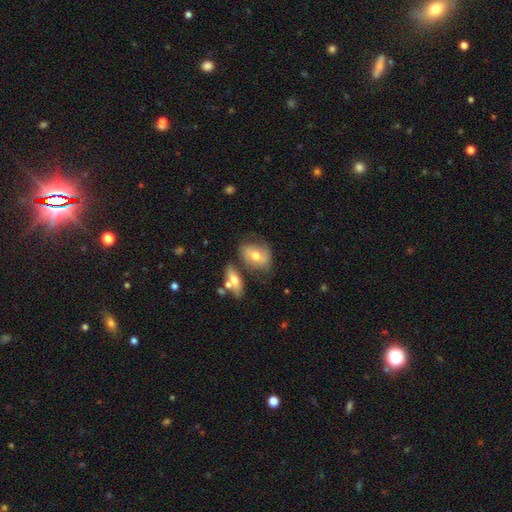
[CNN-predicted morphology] smooth-or-featured: smooth: 56% | featured or disk: 36% | star or artifact: 8%
  how-rounded: in between: 73% | round: 24% | cigar-shaped: 3%
  merging: none: 54% | minor disturbance: 21% | merger: 17% | major disturbance: 8%